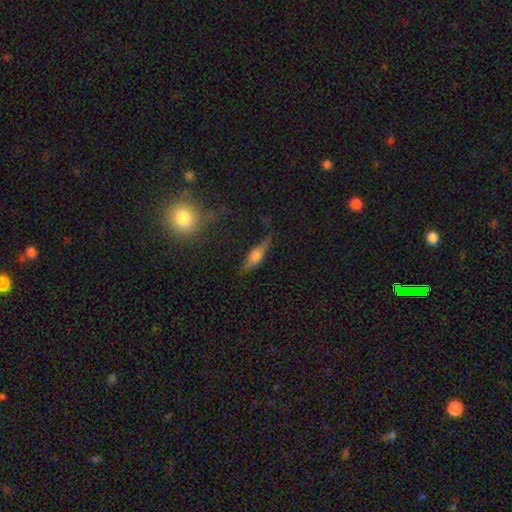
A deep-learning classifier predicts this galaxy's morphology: Smooth or featured: smooth — 56% (featured or disk — 34%)
How rounded: in between — 53% (cigar-shaped — 43%)
Merging: none — 62% (minor disturbance — 25%)